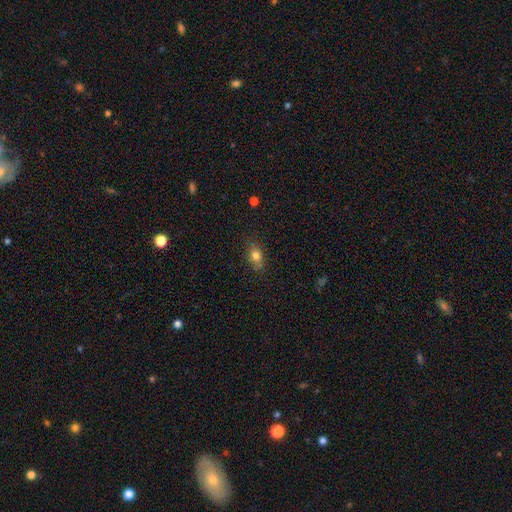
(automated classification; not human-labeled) A smooth galaxy with no disk features (76%) that is in between round and cigar-shaped (60%). Merging: none (75%).